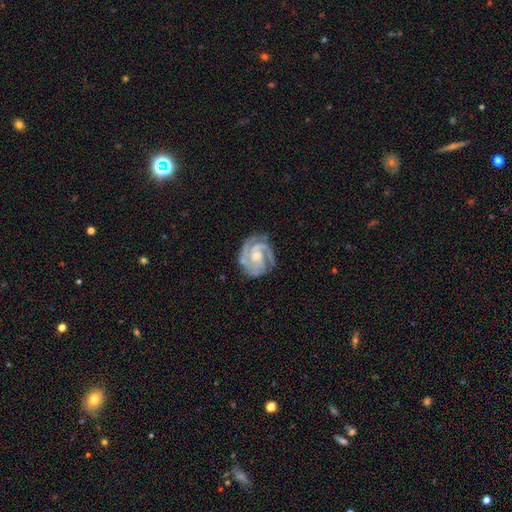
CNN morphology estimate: smooth_or_featured: featured or disk (p=0.91) [alt: smooth p=0.05]
disk_edge_on: no (p=0.98) [alt: yes p=0.02]
bar: no (p=0.62) [alt: weak p=0.31]
has_spiral_arms: yes (p=0.98) [alt: no p=0.02]
spiral_winding: tight (p=0.64) [alt: medium p=0.32]
spiral_arm_count: 3 (p=0.50) [alt: 2 p=0.23]
bulge_size: moderate (p=0.46) [alt: small p=0.43]
merging: none (p=0.74) [alt: minor disturbance p=0.18]